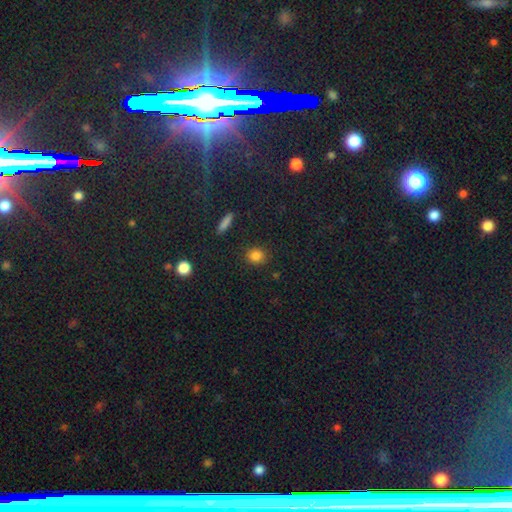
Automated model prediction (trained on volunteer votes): A smooth galaxy with no disk features (83%) that is round (81%).

Vote fractions:
- Smooth or featured? smooth: 83% / star or artifact: 12% / featured or disk: 5%
- How rounded? round: 81% / in between: 17% / cigar-shaped: 2%
- Merging? none: 89% / minor disturbance: 7% / major disturbance: 2% / merger: 2%